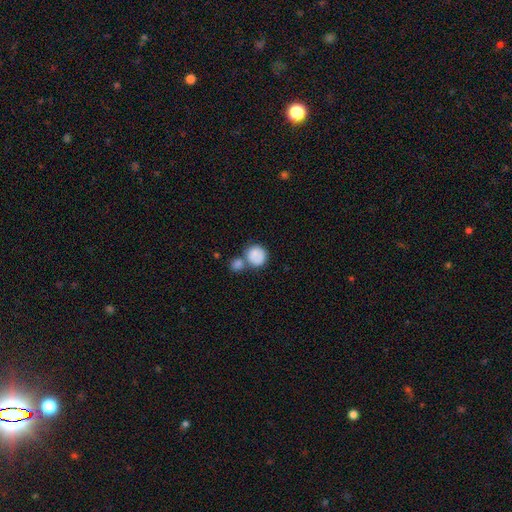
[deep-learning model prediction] smooth-or-featured: smooth: 83% | featured or disk: 10% | star or artifact: 7%
  how-rounded: round: 83% | in between: 16% | cigar-shaped: 1%
  merging: merger: 44% | none: 39% | minor disturbance: 11% | major disturbance: 6%